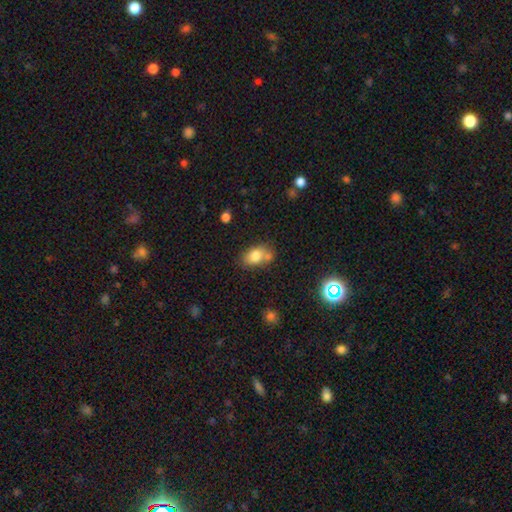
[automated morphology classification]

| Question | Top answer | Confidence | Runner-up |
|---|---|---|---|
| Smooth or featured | smooth | 77% | featured or disk (13%) |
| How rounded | in between | 81% | round (17%) |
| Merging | none | 54% | merger (23%) |